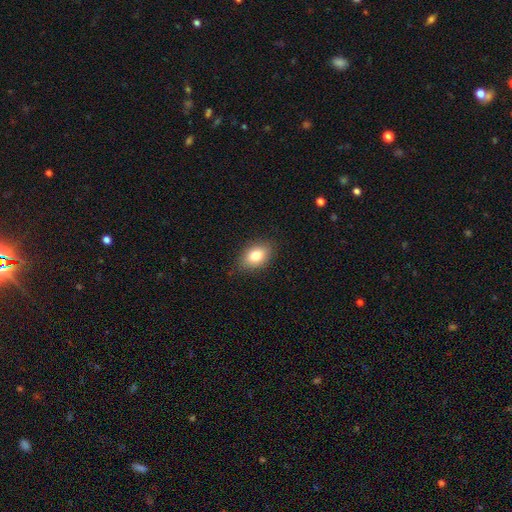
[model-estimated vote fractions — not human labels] Smooth or featured: smooth — 81% (featured or disk — 10%)
How rounded: in between — 83% (round — 15%)
Merging: none — 84% (minor disturbance — 13%)